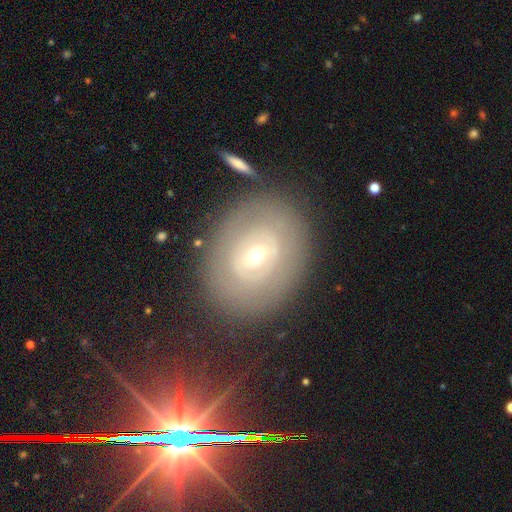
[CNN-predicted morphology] Q: Smooth or featured?
A: featured or disk (60%); runner-up: smooth (29%)
Q: Edge-on disk?
A: no (94%); runner-up: yes (6%)
Q: Bar?
A: no (56%); runner-up: weak (31%)
Q: Spiral arms?
A: no (60%); runner-up: yes (40%)
Q: Bulge size?
A: small (59%); runner-up: moderate (37%)
Q: Merging?
A: none (82%); runner-up: minor disturbance (11%)